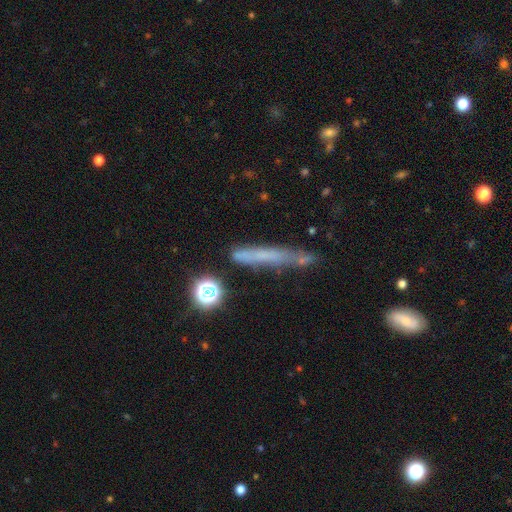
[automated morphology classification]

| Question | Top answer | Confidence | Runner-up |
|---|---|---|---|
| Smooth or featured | smooth | 50% | featured or disk (36%) |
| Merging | none | 66% | minor disturbance (21%) |